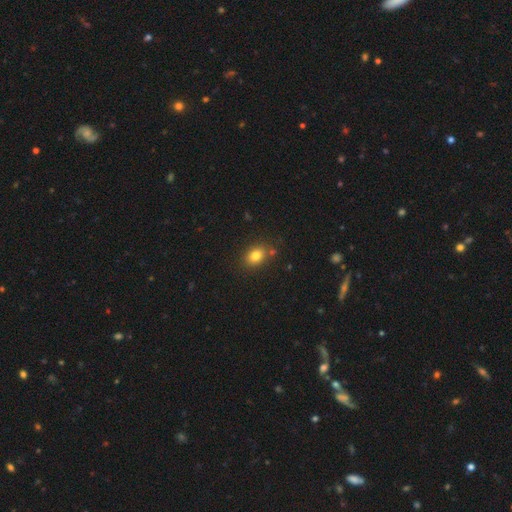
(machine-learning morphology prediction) Smooth or featured?
  - smooth: 81% *
  - star or artifact: 11%
  - featured or disk: 8%
How rounded?
  - in between: 66% *
  - round: 32%
  - cigar-shaped: 1%
Merging?
  - none: 78% *
  - minor disturbance: 12%
  - merger: 7%
  - major disturbance: 3%